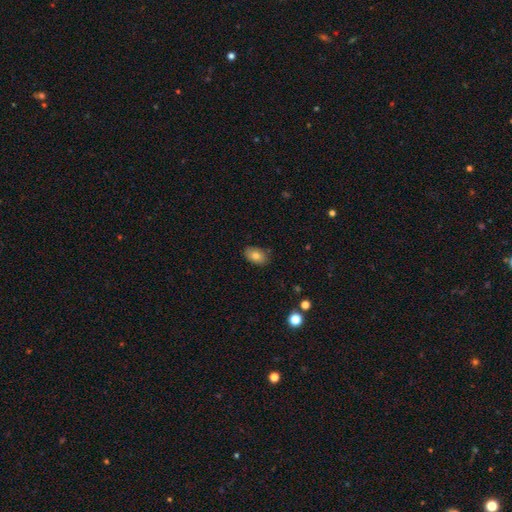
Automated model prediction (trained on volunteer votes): This is clearly a smooth galaxy (80%). How rounded: clearly in between (88%). Merging: clearly none (81%).